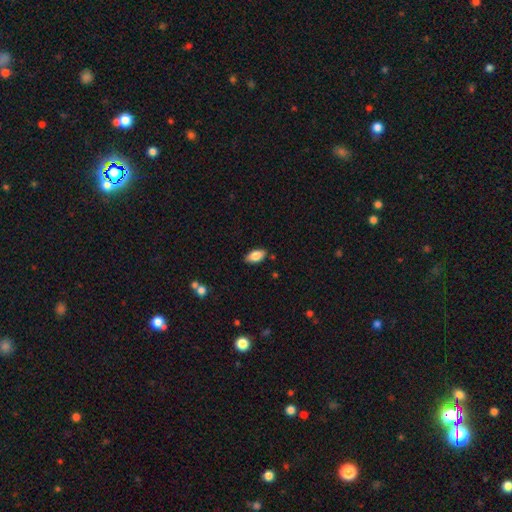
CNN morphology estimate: Overall: smooth (84%). How rounded: in between (92%). Merging: none (85%).